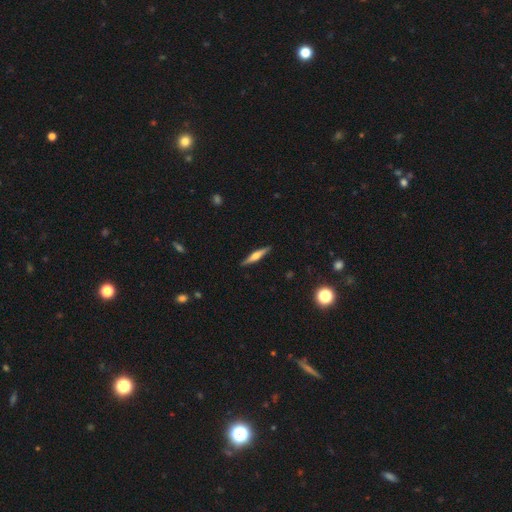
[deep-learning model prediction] Overall: featured or disk (61%; smooth 33%). Edge-on disk: yes (97%). Edge-on bulge: rounded (83%). Merging: none (90%).